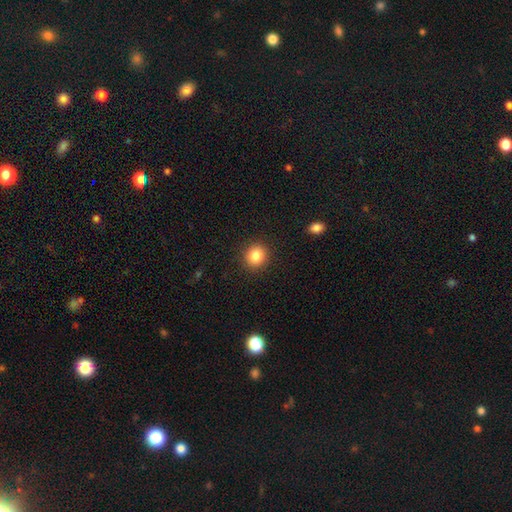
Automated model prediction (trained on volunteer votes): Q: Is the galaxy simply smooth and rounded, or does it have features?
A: smooth — 84%.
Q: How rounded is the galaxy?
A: round — 88%.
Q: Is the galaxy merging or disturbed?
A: none — 91%.